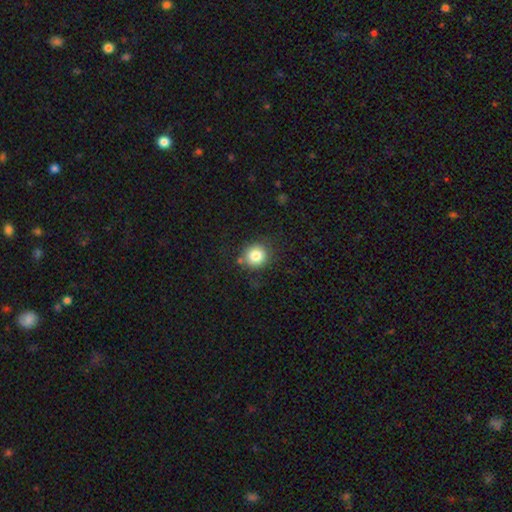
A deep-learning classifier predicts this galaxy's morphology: Smooth or featured? Predicted: smooth (p=0.83). How rounded? Predicted: round (p=0.92). Merging? Predicted: none (p=0.81).